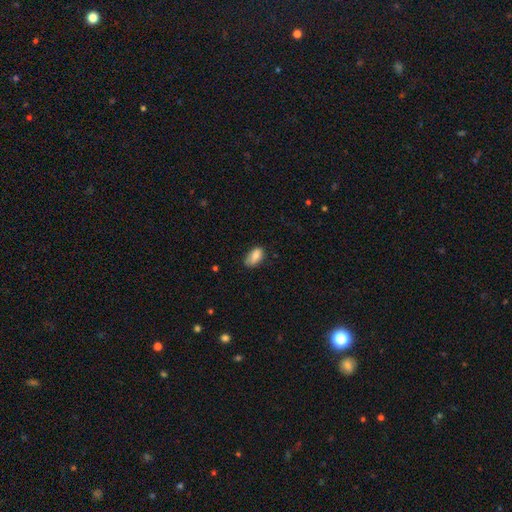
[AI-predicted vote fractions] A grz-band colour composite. It shows a smooth galaxy with no disk features (78%) that is in between round and cigar-shaped (92%). Merging: none (61%).